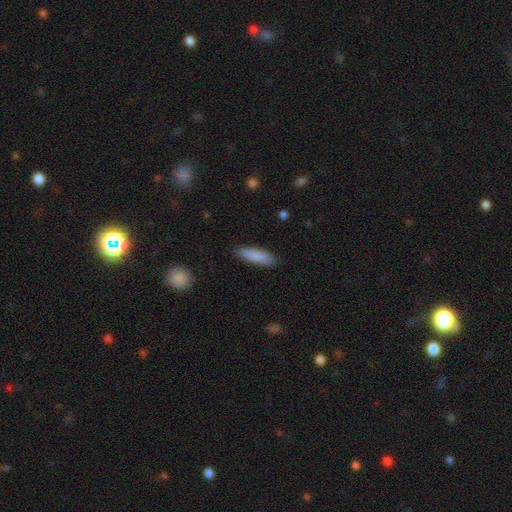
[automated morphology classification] Smooth or featured?
  - smooth: 86% *
  - featured or disk: 8%
  - star or artifact: 6%
How rounded?
  - cigar-shaped: 69% *
  - in between: 30%
  - round: 1%
Merging?
  - none: 88% *
  - minor disturbance: 9%
  - major disturbance: 2%
  - merger: 1%